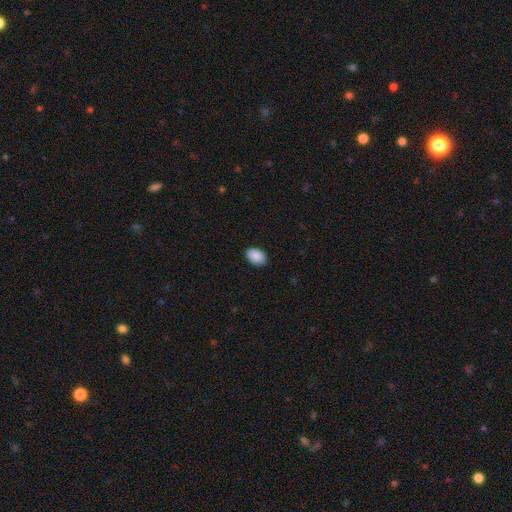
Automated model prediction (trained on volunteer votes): smooth_or_featured: smooth (p=0.90) [alt: star or artifact p=0.07]
how_rounded: in between (p=0.87) [alt: round p=0.12]
merging: none (p=0.88) [alt: minor disturbance p=0.09]